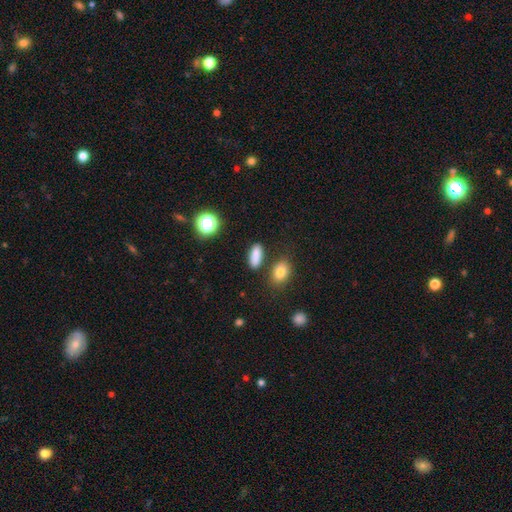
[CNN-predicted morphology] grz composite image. It shows a smooth galaxy with no disk features (83%) that is in between round and cigar-shaped (75%). Merging: none (82%).